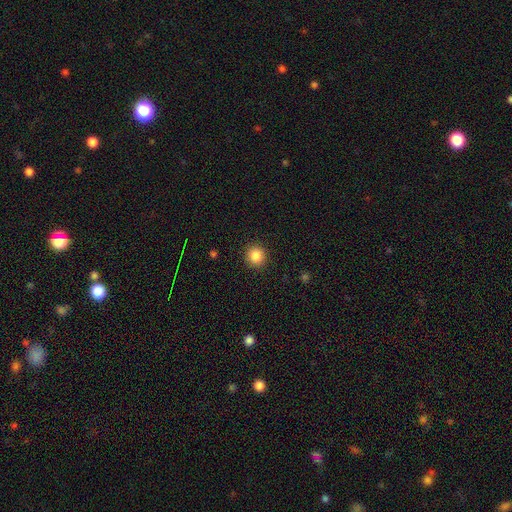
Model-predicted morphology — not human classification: Overall: smooth (86%). How rounded: round (92%). Merging: none (91%).